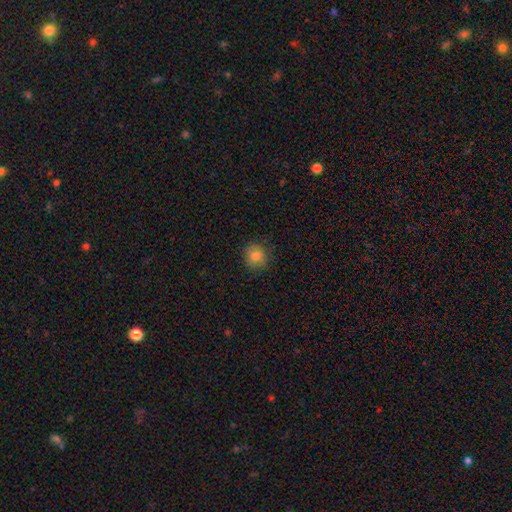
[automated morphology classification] Smooth or featured: smooth — 82% (star or artifact — 11%)
How rounded: round — 87% (in between — 12%)
Merging: none — 87% (minor disturbance — 10%)